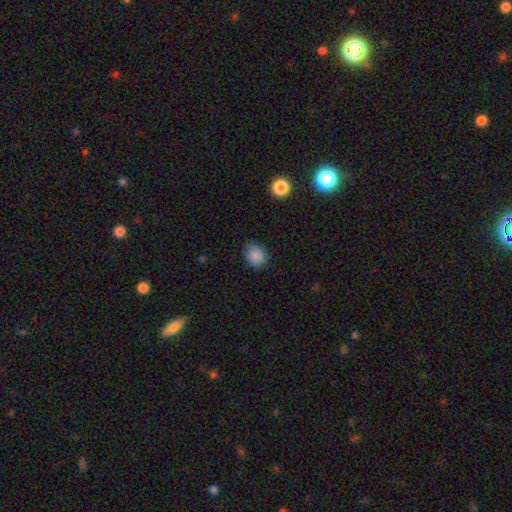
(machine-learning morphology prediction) type=smooth (87%); roundness=round (59%); merging=none (82%).